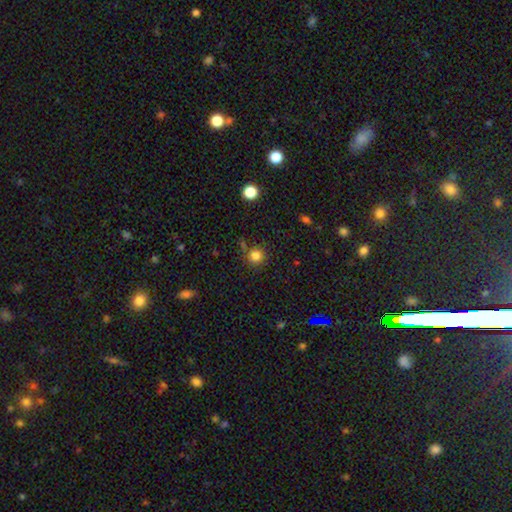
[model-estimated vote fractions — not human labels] Smooth or featured?
  - smooth: 81% *
  - star or artifact: 14%
  - featured or disk: 5%
How rounded?
  - round: 93% *
  - in between: 6%
  - cigar-shaped: 1%
Merging?
  - none: 81% *
  - minor disturbance: 9%
  - merger: 7%
  - major disturbance: 3%